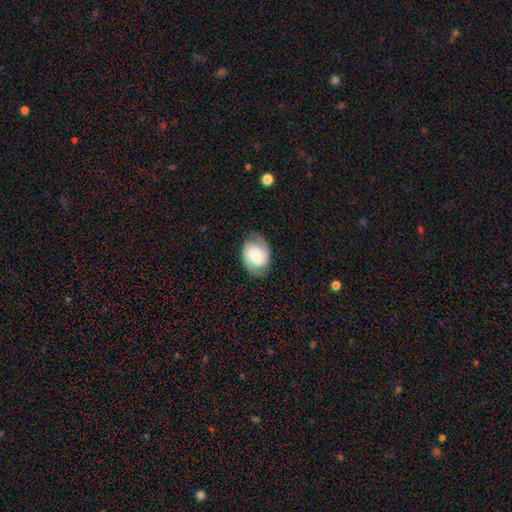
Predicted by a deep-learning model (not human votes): A featured or disk galaxy (68%) with no bar (45%), 2 (88%) medium (45%) spiral arms (94%) and a moderate central bulge (41%). Merging: none (80%).